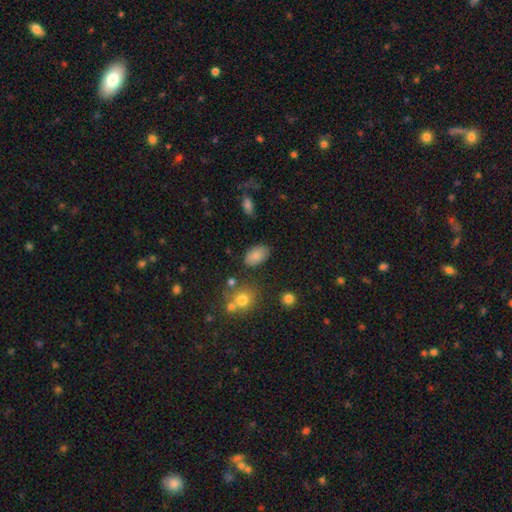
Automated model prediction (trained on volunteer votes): This appears to be a smooth galaxy with no disk features (84%) that is in between round and cigar-shaped (91%). Merging: none (80%).